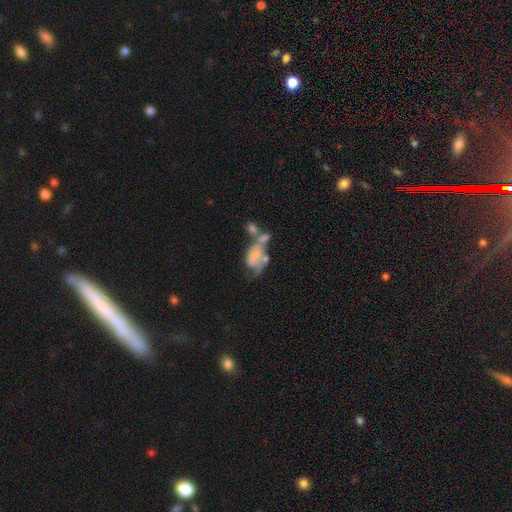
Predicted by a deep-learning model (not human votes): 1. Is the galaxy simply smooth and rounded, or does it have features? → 47% smooth, 43% featured or disk, 11% star or artifact.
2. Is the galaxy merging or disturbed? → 51% merger, 23% major disturbance, 13% none, 12% minor disturbance.